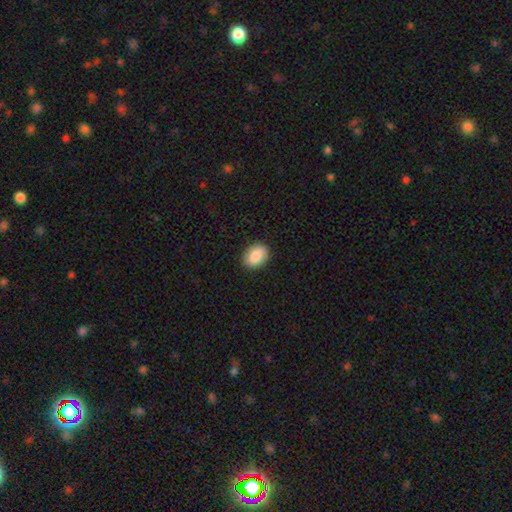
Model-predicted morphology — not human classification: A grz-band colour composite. It shows a smooth galaxy with no disk features (86%) that is in between round and cigar-shaped (73%). Merging: none (88%).